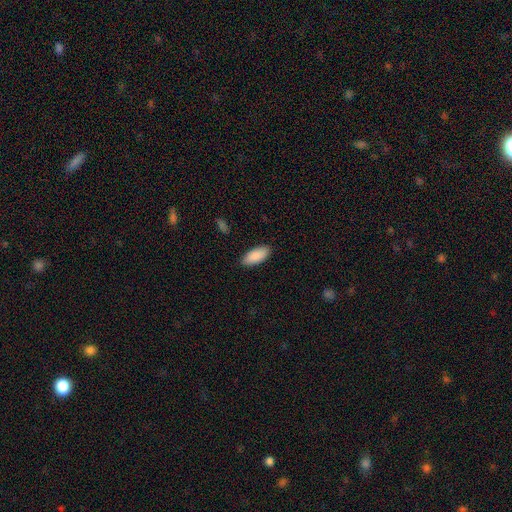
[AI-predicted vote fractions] smooth-or-featured: smooth: 90% | star or artifact: 6% | featured or disk: 4%
  how-rounded: in between: 87% | cigar-shaped: 11% | round: 2%
  merging: none: 89% | minor disturbance: 8% | major disturbance: 2% | merger: 1%